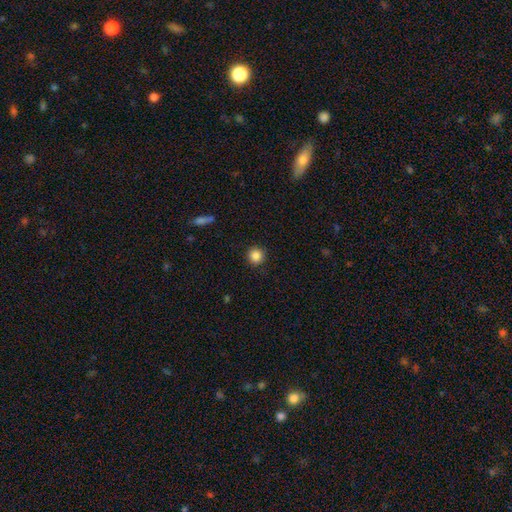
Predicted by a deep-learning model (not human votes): Overall: smooth (86%). How rounded: round (95%). Merging: none (91%).